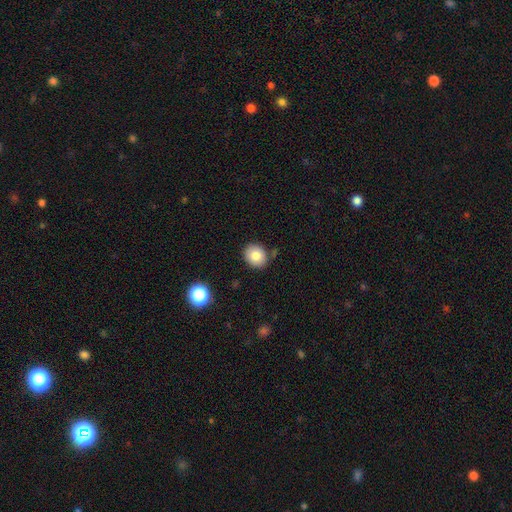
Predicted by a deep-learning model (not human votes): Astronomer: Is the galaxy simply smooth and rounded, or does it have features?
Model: smooth — 82%.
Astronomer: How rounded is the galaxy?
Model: round — 63%.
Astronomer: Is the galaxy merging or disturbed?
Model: none — 83%.